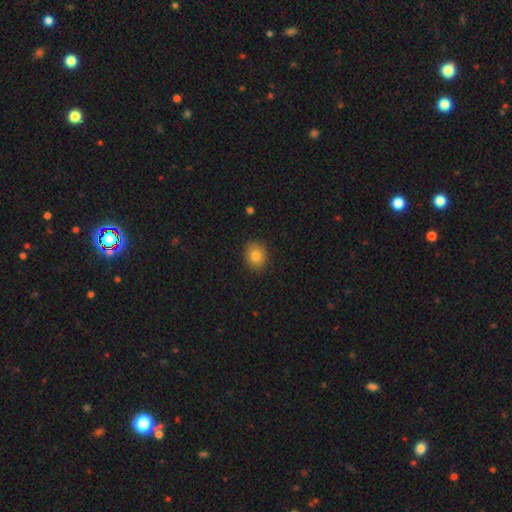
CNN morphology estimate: Smooth or featured? Predicted: smooth (p=0.81). How rounded? Predicted: round (p=0.64). Merging? Predicted: none (p=0.88).